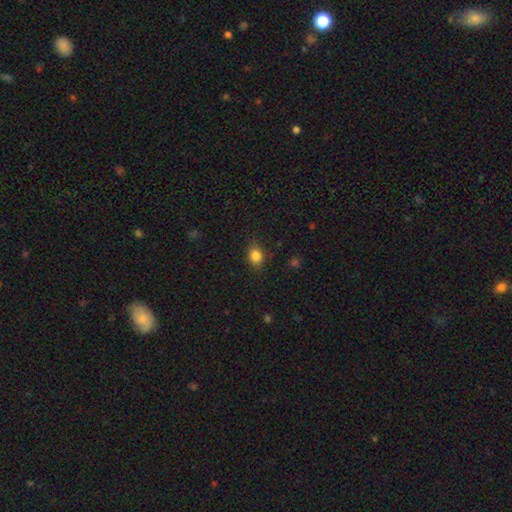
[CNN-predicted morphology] Smooth or featured?
  - smooth: 85% *
  - star or artifact: 11%
  - featured or disk: 4%
How rounded?
  - round: 53% *
  - in between: 45%
  - cigar-shaped: 1%
Merging?
  - none: 84% *
  - minor disturbance: 12%
  - major disturbance: 3%
  - merger: 1%